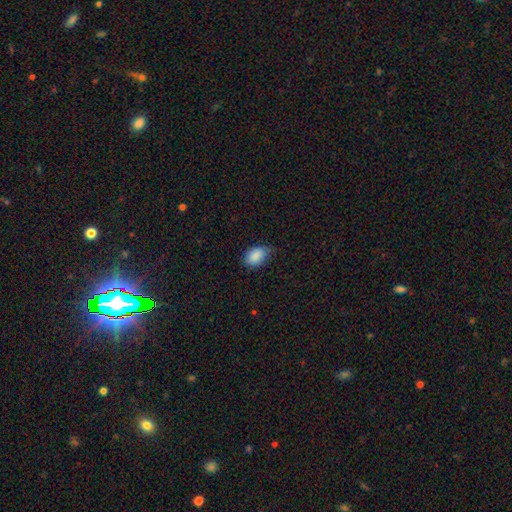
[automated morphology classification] The model was most divided on "merging": none: 70%, minor disturbance: 25%, major disturbance: 4%, merger: 1%. More confident: how rounded — in between (89%); smooth or featured — smooth (88%).